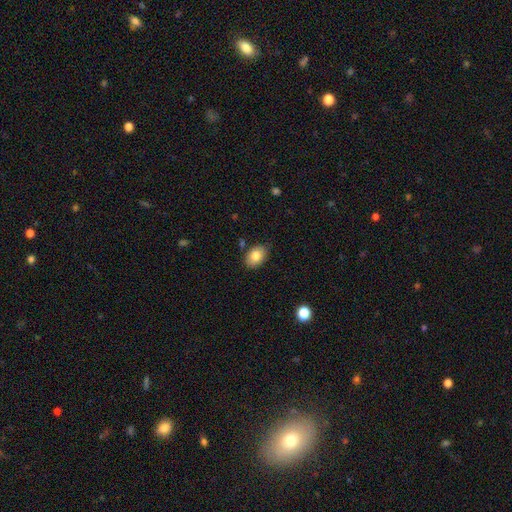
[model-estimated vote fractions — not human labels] smooth-or-featured: smooth: 81% | featured or disk: 11% | star or artifact: 8%
  how-rounded: in between: 82% | round: 17% | cigar-shaped: 1%
  merging: none: 81% | minor disturbance: 14% | merger: 3% | major disturbance: 3%